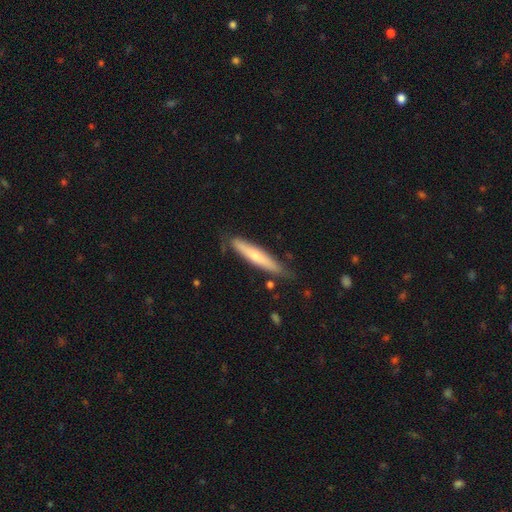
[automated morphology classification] smooth-or-featured: smooth: 57% | featured or disk: 38% | star or artifact: 6%
  how-rounded: cigar-shaped: 90% | in between: 9% | round: 1%
  merging: none: 77% | minor disturbance: 18% | major disturbance: 3% | merger: 2%